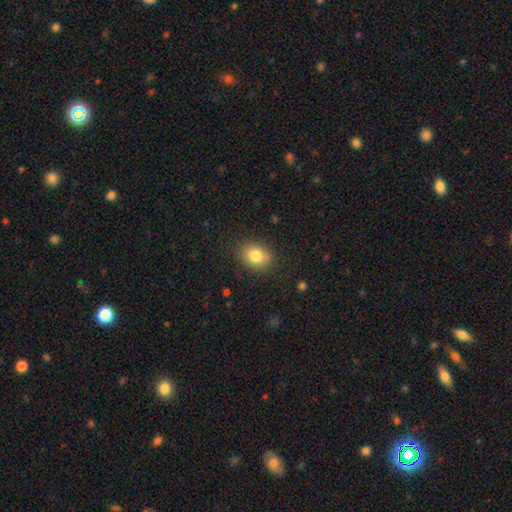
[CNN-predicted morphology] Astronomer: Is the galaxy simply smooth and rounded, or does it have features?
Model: smooth — 81%.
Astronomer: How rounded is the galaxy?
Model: in between — 53% (runner-up: round, 46%).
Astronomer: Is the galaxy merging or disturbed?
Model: none — 82%.